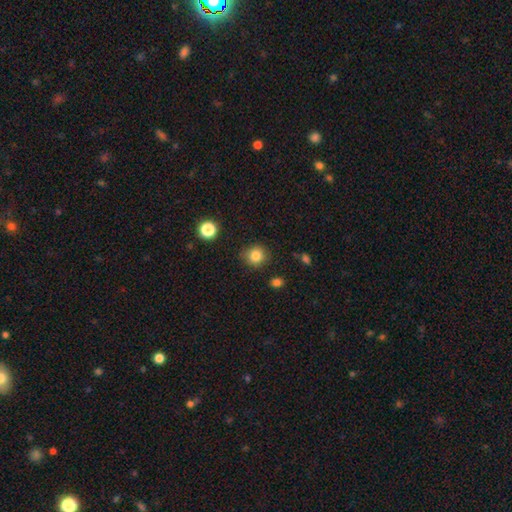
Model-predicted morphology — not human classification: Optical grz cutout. It shows a smooth galaxy with no disk features (84%) that is round (90%). Merging: none (87%).